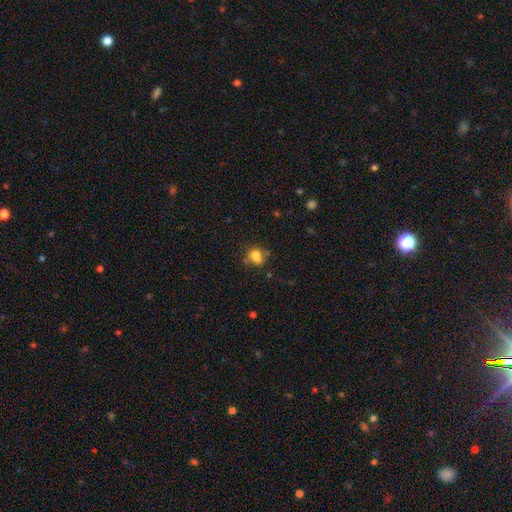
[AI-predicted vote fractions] A smooth galaxy with no disk features (73%) that is round (53%).

Vote fractions:
- Smooth or featured? smooth: 73% / featured or disk: 14% / star or artifact: 13%
- How rounded? round: 53% / in between: 46% / cigar-shaped: 2%
- Merging? none: 45% / merger: 23% / minor disturbance: 22% / major disturbance: 10%